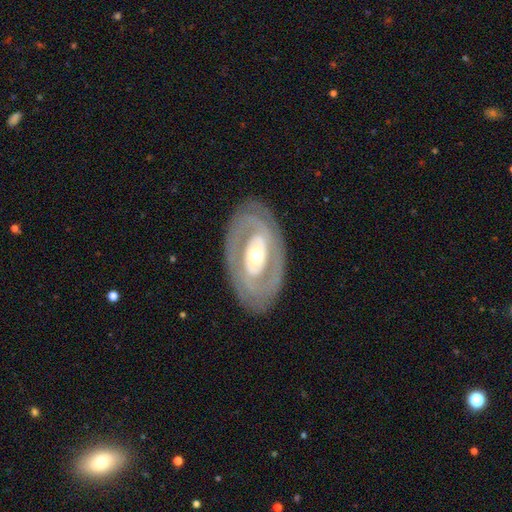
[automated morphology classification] Smooth or featured: featured or disk — 80% (smooth — 15%)
Edge-on disk: no — 93% (yes — 7%)
Bar: no — 58% (weak — 25%)
Spiral arms: yes — 62% (no — 38%)
Bulge size: moderate — 67% (small — 17%)
Merging: none — 83% (minor disturbance — 11%)